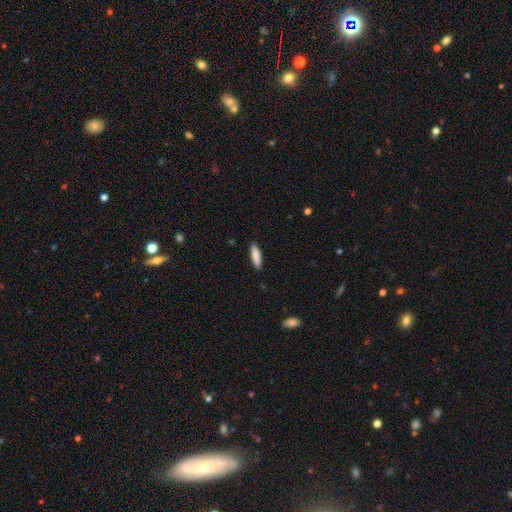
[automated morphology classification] This is clearly a smooth galaxy (83%). How rounded: likely cigar-shaped (71%). Merging: clearly none (88%).